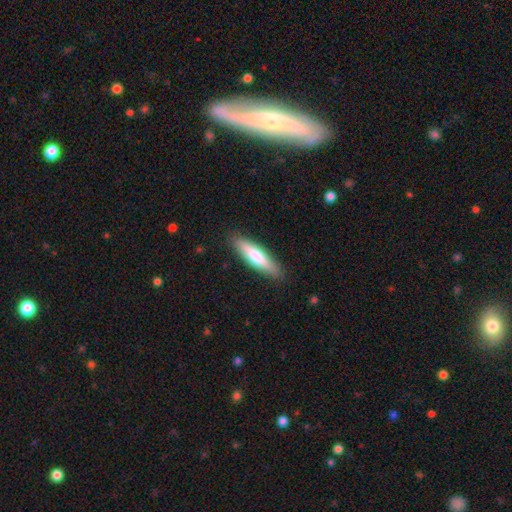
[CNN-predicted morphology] smooth 70%, featured or disk 25%, star or artifact 5%. Down the decision tree: how rounded — cigar-shaped (72%); merging — none (87%).